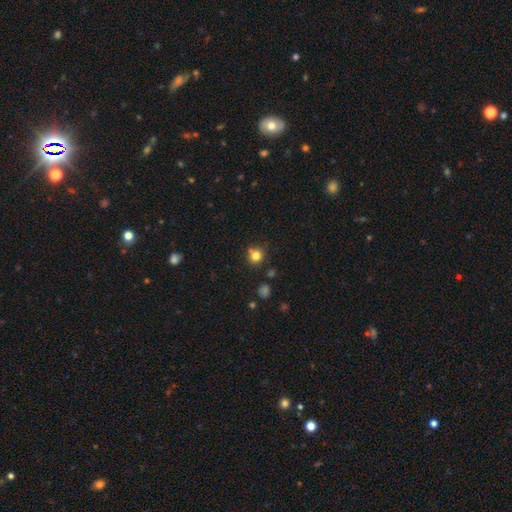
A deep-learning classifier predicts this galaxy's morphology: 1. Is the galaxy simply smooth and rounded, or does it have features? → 79% smooth, 14% star or artifact, 7% featured or disk.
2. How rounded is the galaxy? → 90% round, 9% in between, 1% cigar-shaped.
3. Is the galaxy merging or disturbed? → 76% none, 11% minor disturbance, 10% merger, 3% major disturbance.